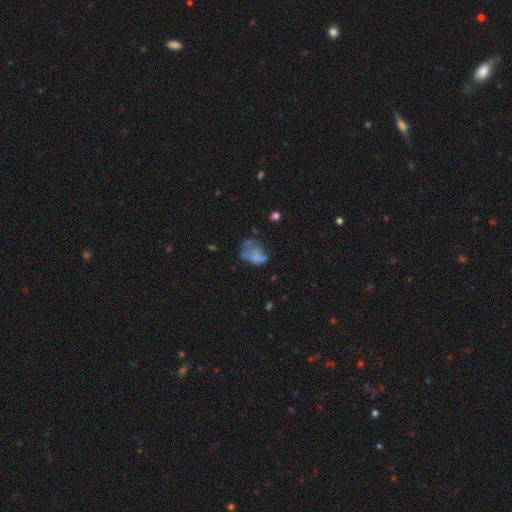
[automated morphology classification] A smooth galaxy with no disk features (52%) that is in between round and cigar-shaped (75%). Merging: major disturbance (33%).